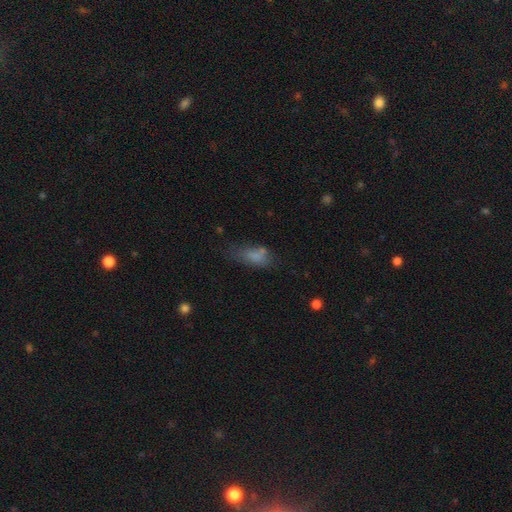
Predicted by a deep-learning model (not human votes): Morphology: type=smooth (72%); roundness=in between (81%); merging=none (39%).